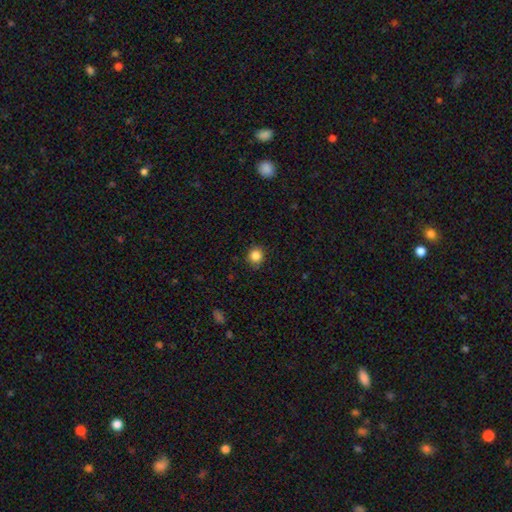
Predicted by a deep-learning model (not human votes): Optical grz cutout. It shows a smooth galaxy with no disk features (85%) that is round (90%). Merging: none (87%).